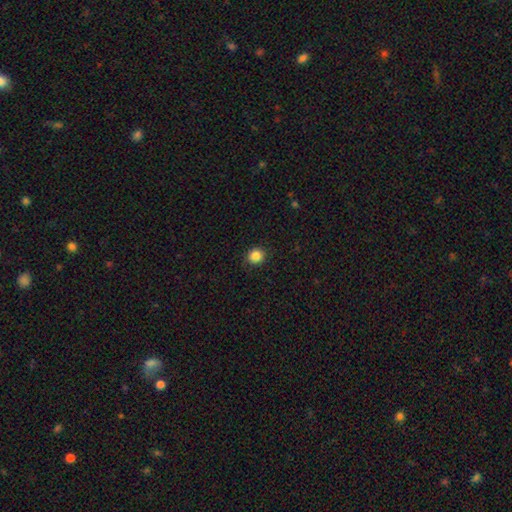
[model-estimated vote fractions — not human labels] The model was most divided on "how rounded": round: 86%, in between: 13%, cigar-shaped: 1%. More confident: merging — none (90%); smooth or featured — smooth (85%).